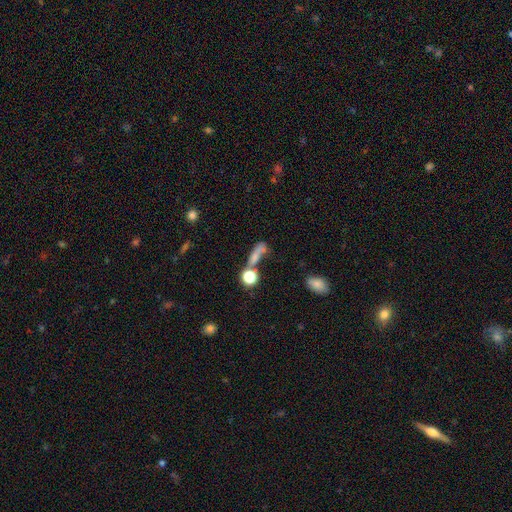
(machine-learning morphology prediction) Q: Smooth or featured?
A: smooth (61%); runner-up: featured or disk (20%)
Q: How rounded?
A: cigar-shaped (43%); runner-up: in between (34%)
Q: Merging?
A: none (34%); runner-up: merger (30%)